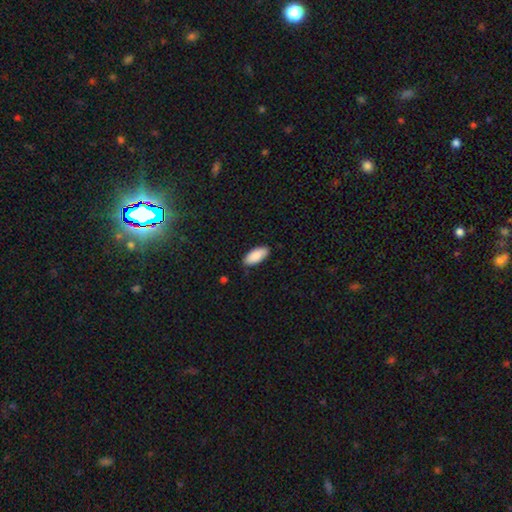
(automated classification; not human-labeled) Overall: smooth (89%). How rounded: in between (89%). Merging: none (86%).